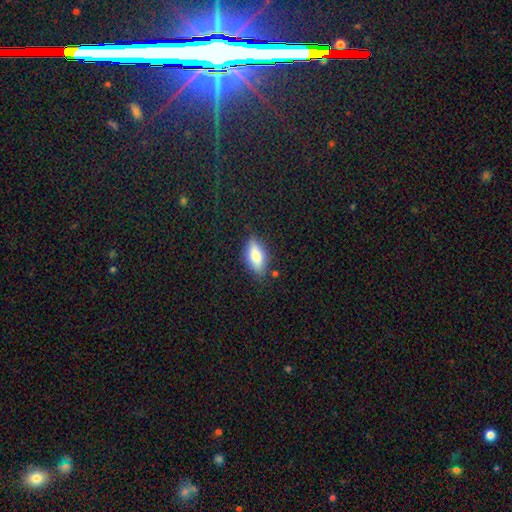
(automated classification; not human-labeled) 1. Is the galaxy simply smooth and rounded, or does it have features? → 75% smooth, 18% featured or disk, 7% star or artifact.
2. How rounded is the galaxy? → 79% in between, 18% cigar-shaped, 3% round.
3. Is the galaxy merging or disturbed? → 81% none, 14% minor disturbance, 3% major disturbance, 2% merger.